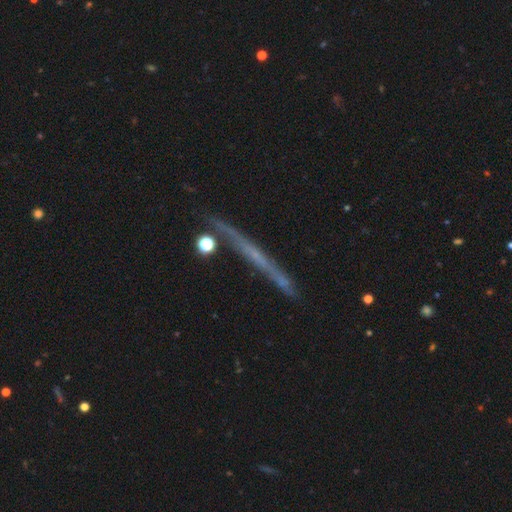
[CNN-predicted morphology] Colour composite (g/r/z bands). It shows a featured or disk galaxy (61%) viewed edge-on (95%) with no central bulge (82%). Merging: none (83%).